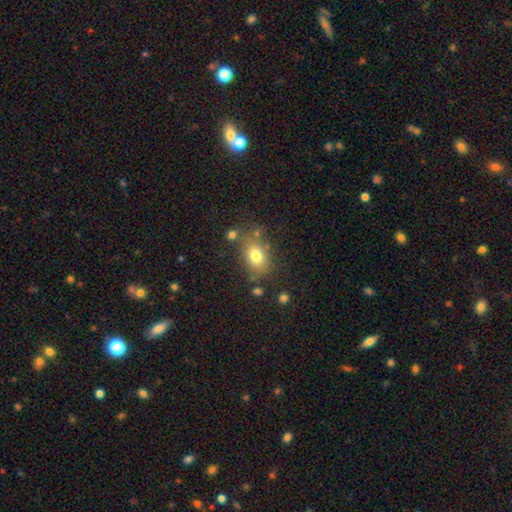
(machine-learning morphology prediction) smooth_or_featured: smooth (p=0.77) [alt: featured or disk p=0.12]
how_rounded: in between (p=0.69) [alt: round p=0.30]
merging: none (p=0.71) [alt: minor disturbance p=0.15]